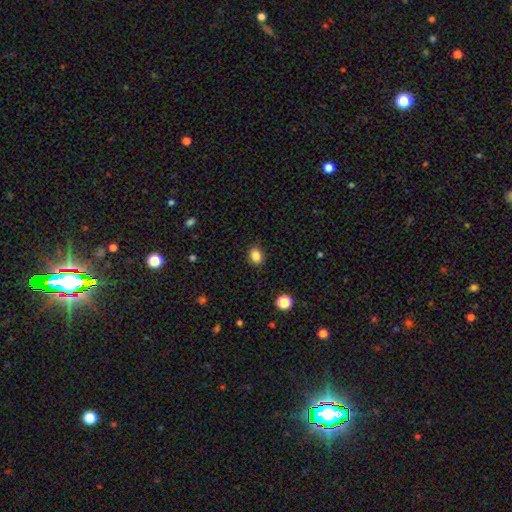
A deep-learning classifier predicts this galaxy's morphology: Smooth or featured? Predicted: smooth (p=0.85). How rounded? Predicted: in between (p=0.50). Merging? Predicted: none (p=0.88).